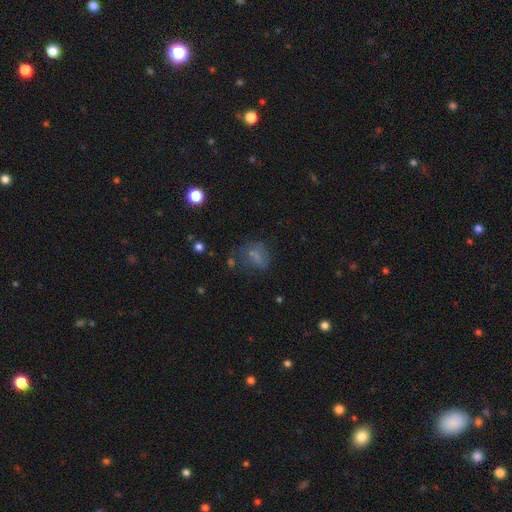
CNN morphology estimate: This appears to be a smooth galaxy with no disk features (59%) that is in between round and cigar-shaped (57%). Merging: none (46%).